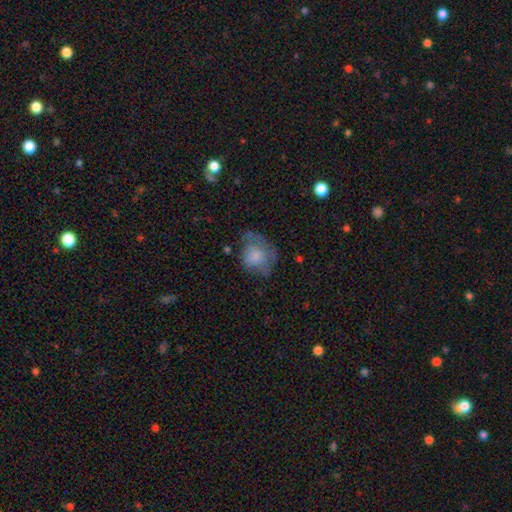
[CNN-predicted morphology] Overall: smooth (66%). How rounded: round (53%; in between 46%). Merging: none (38%; minor disturbance 32%).